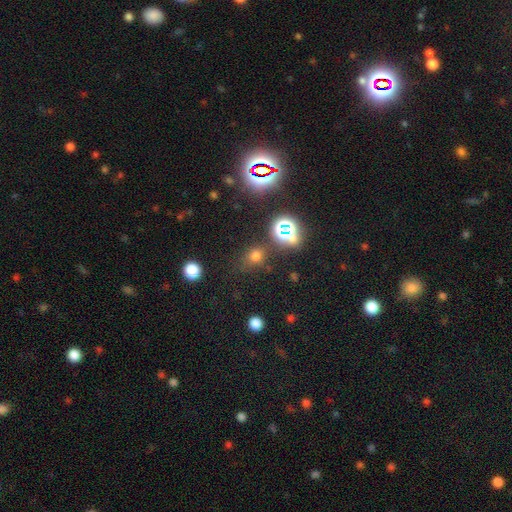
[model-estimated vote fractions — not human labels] A smooth galaxy with no disk features (61%) that is round (71%). Merging: none (73%).